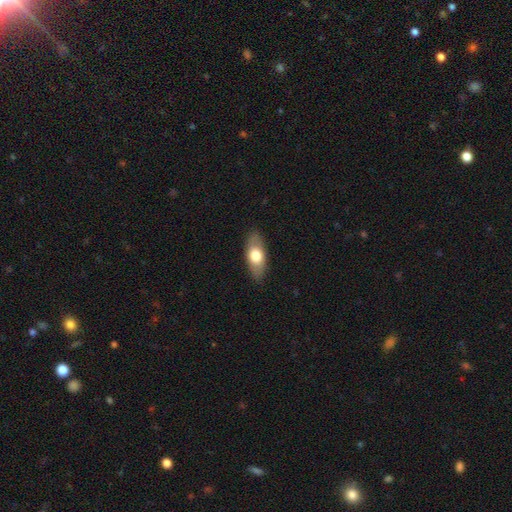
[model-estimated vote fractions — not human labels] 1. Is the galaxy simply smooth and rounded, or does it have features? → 65% smooth, 29% featured or disk, 6% star or artifact.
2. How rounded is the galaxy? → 81% in between, 15% cigar-shaped, 4% round.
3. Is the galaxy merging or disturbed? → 86% none, 11% minor disturbance, 2% major disturbance, 1% merger.